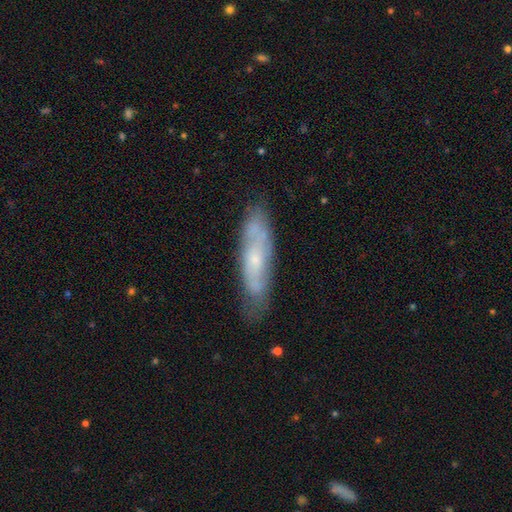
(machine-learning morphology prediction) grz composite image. It shows a featured or disk galaxy (61%). Merging: none (79%).